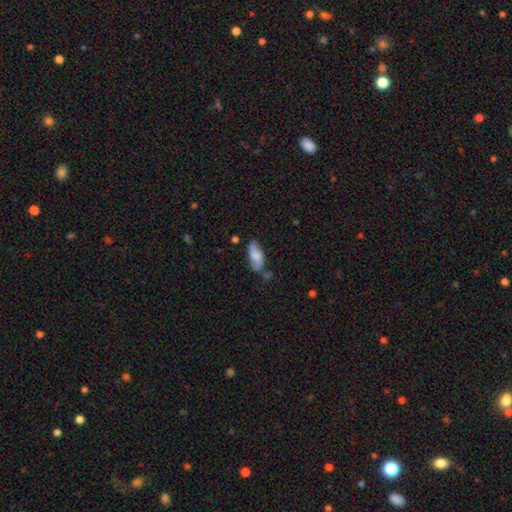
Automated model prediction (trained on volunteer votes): A smooth galaxy with no disk features (60%) that is in between round and cigar-shaped (84%).

Vote fractions:
- Smooth or featured? smooth: 60% / featured or disk: 32% / star or artifact: 8%
- How rounded? in between: 84% / cigar-shaped: 13% / round: 3%
- Merging? none: 58% / minor disturbance: 26% / major disturbance: 8% / merger: 8%